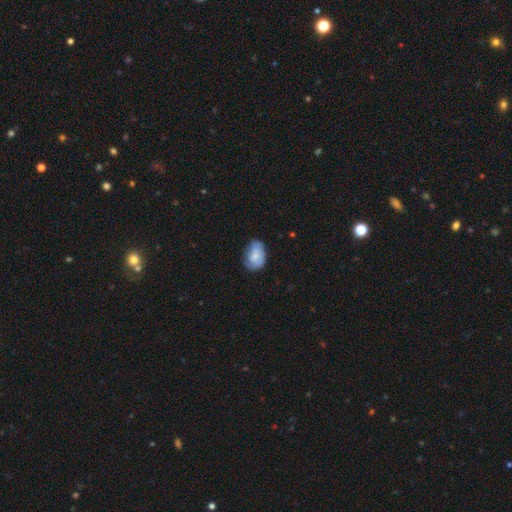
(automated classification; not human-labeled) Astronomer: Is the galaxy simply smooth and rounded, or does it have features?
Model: smooth — 66%.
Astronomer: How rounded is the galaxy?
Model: in between — 78%.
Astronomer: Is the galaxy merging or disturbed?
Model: none — 53% (runner-up: minor disturbance, 34%).